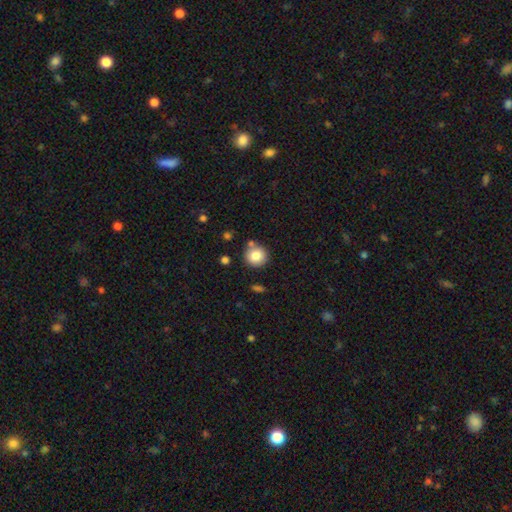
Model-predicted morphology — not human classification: Smooth or featured? Predicted: smooth (p=0.82). How rounded? Predicted: round (p=0.92). Merging? Predicted: none (p=0.78).